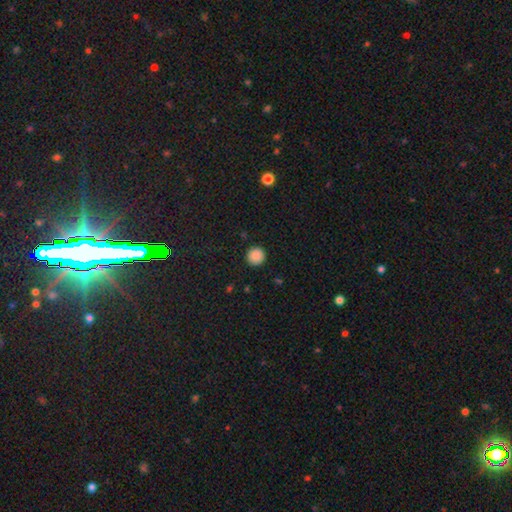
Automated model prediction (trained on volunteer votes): Overall: smooth (88%). How rounded: round (96%). Merging: none (92%).